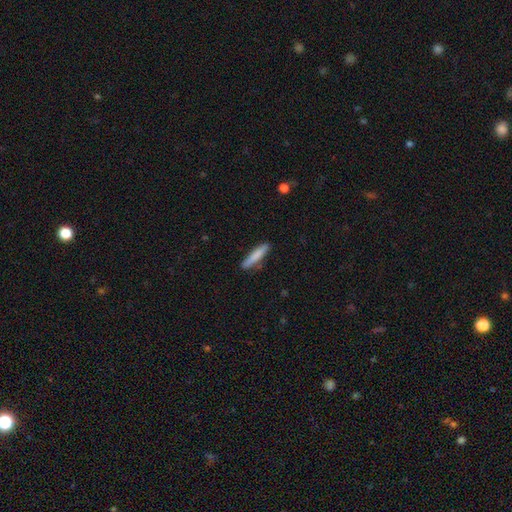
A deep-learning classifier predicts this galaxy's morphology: A smooth galaxy with no disk features (80%) that is cigar-shaped (89%).

Vote fractions:
- Smooth or featured? smooth: 80% / featured or disk: 14% / star or artifact: 6%
- How rounded? cigar-shaped: 89% / in between: 10% / round: 1%
- Merging? none: 85% / minor disturbance: 11% / merger: 2% / major disturbance: 2%